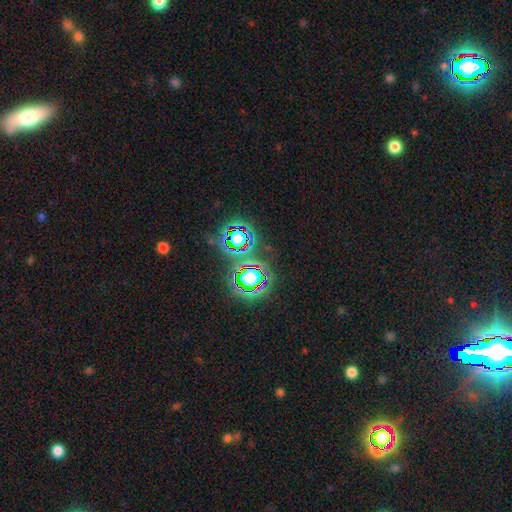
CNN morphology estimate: type=star or artifact (78%).